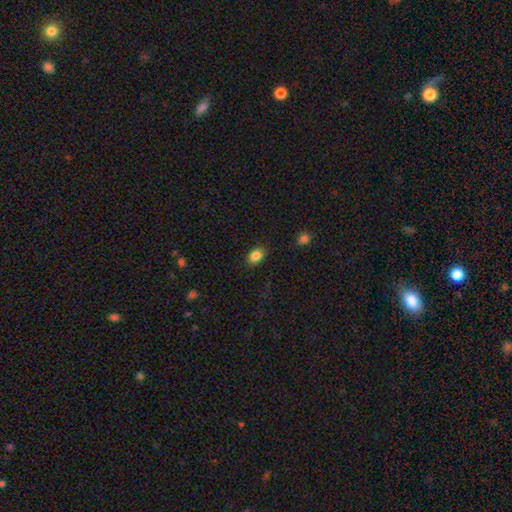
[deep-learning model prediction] Smooth or featured? Predicted: smooth (p=0.85). How rounded? Predicted: in between (p=0.76). Merging? Predicted: none (p=0.86).